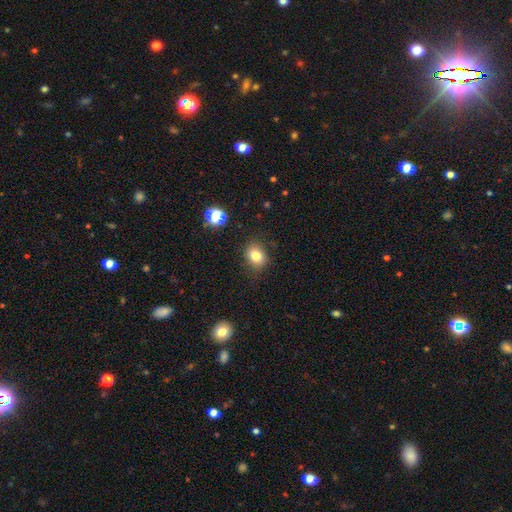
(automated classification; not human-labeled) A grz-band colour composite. It shows a smooth galaxy with no disk features (80%) that is round (50%). Merging: none (82%).